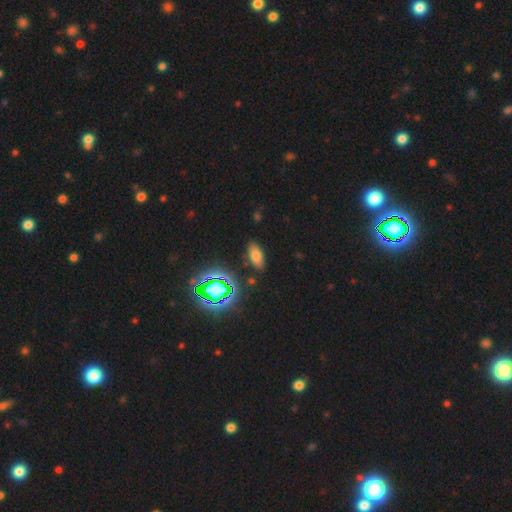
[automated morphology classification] type=smooth (67%); roundness=in between (88%); merging=none (85%).